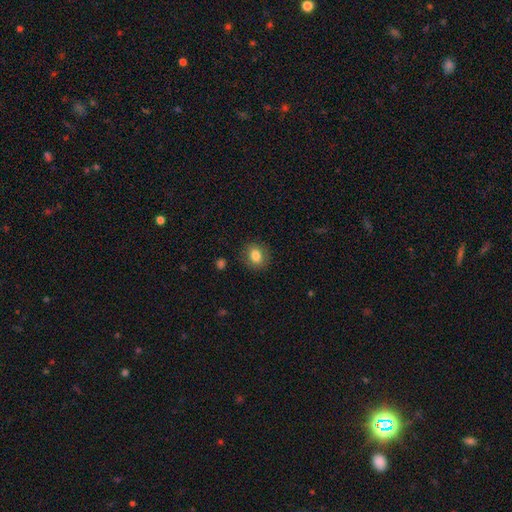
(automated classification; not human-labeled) smooth 81%, star or artifact 9%, featured or disk 9%. Down the decision tree: how rounded — round (63%); merging — none (85%).